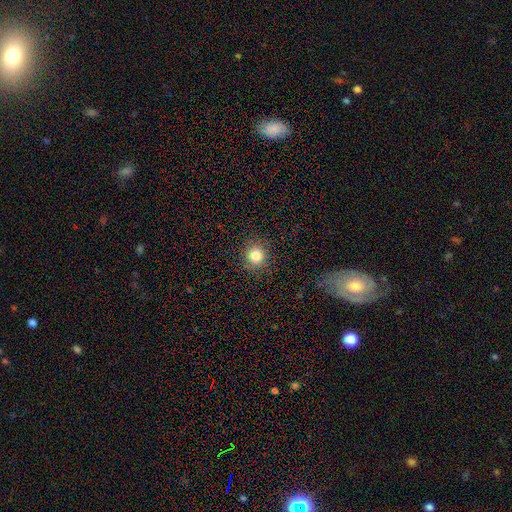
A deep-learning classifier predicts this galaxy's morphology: Smooth or featured: smooth — 82% (star or artifact — 12%)
How rounded: round — 91% (in between — 9%)
Merging: none — 89% (minor disturbance — 7%)